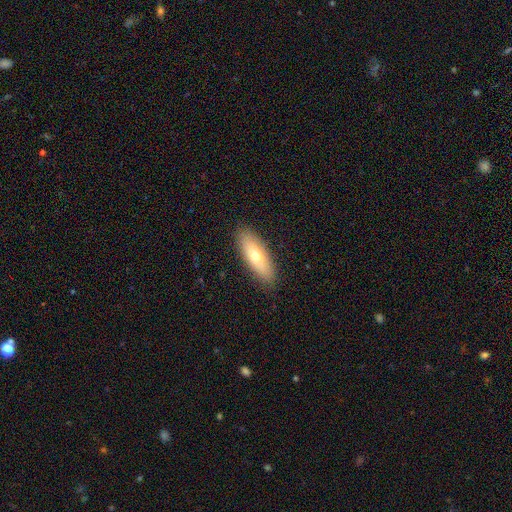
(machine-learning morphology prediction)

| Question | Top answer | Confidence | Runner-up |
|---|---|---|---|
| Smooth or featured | smooth | 65% | featured or disk (29%) |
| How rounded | in between | 58% | cigar-shaped (39%) |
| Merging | none | 89% | minor disturbance (8%) |